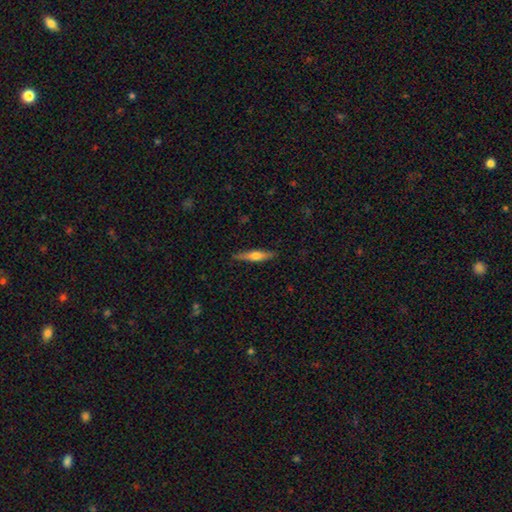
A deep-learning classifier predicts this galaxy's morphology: Smooth or featured?
  - featured or disk: 52% *
  - smooth: 42%
  - star or artifact: 6%
Edge-on disk?
  - yes: 96% *
  - no: 4%
Edge-on bulge?
  - rounded: 88% *
  - boxy: 7%
  - none: 5%
Merging?
  - none: 89% *
  - minor disturbance: 8%
  - major disturbance: 2%
  - merger: 1%